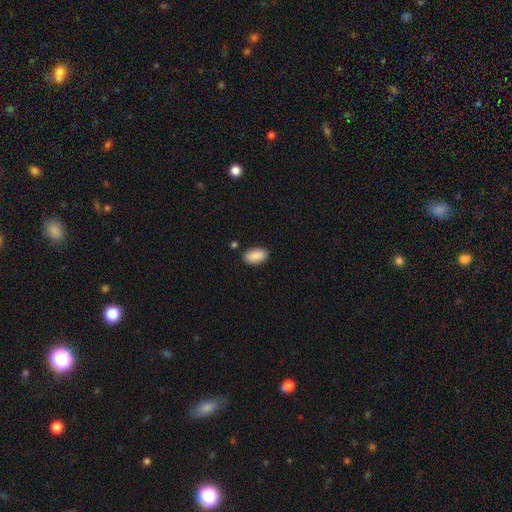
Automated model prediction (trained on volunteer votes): The model was most divided on "merging": none: 86%, minor disturbance: 9%, major disturbance: 2%, merger: 2%. More confident: how rounded — in between (94%); smooth or featured — smooth (90%).